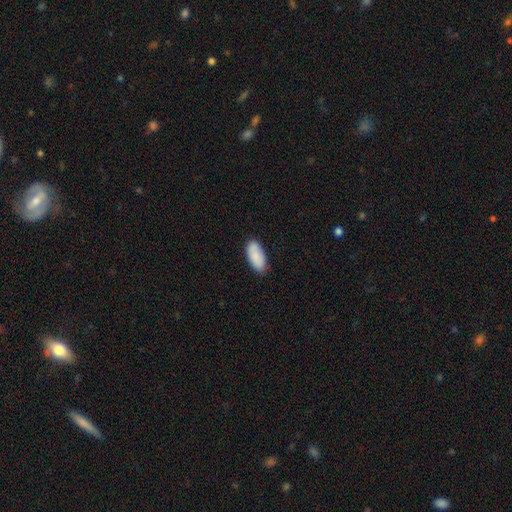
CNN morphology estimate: A smooth galaxy with no disk features (89%) that is in between round and cigar-shaped (91%).

Vote fractions:
- Smooth or featured? smooth: 89% / star or artifact: 6% / featured or disk: 6%
- How rounded? in between: 91% / cigar-shaped: 8% / round: 2%
- Merging? none: 85% / minor disturbance: 11% / major disturbance: 2% / merger: 1%